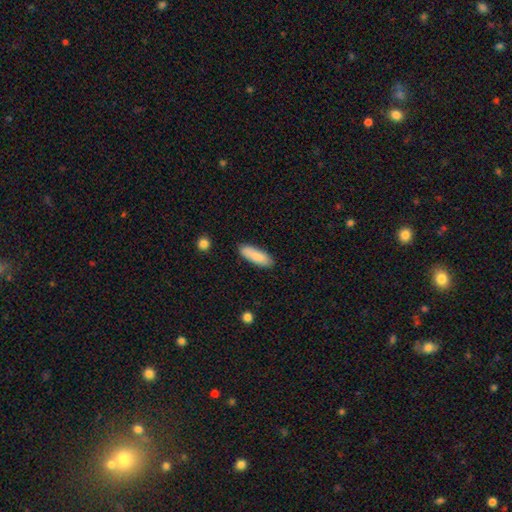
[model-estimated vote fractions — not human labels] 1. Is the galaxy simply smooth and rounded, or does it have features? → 86% smooth, 8% featured or disk, 6% star or artifact.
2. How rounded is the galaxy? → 58% in between, 41% cigar-shaped, 2% round.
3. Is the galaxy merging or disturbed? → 84% none, 12% minor disturbance, 2% major disturbance, 2% merger.